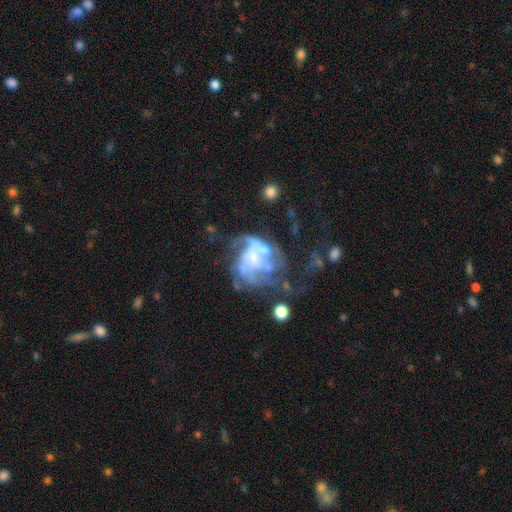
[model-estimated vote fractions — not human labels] Smooth or featured? Predicted: featured or disk (p=0.76). Edge-on disk? Predicted: no (p=0.98). Bar? Predicted: no (p=0.63). Spiral arms? Predicted: yes (p=0.65). Bulge size? Predicted: small (p=0.36). Merging? Predicted: major disturbance (p=0.41).